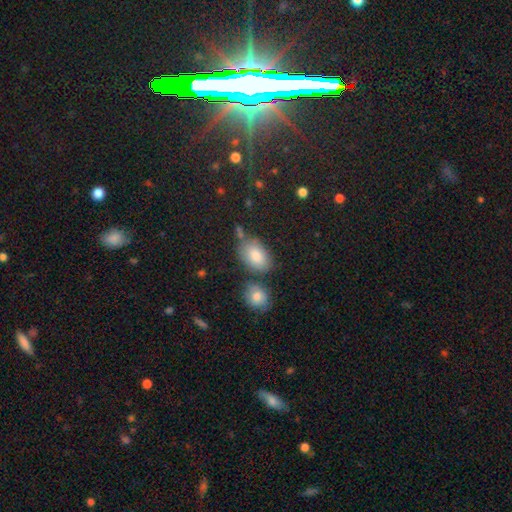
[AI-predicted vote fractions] The model was most divided on "merging": none: 64%, minor disturbance: 17%, merger: 14%, major disturbance: 5%. More confident: how rounded — in between (89%); smooth or featured — smooth (83%).